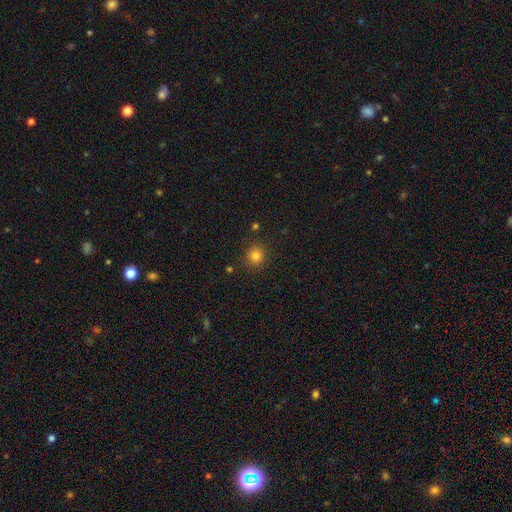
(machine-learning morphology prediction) Smooth or featured: smooth — 81% (star or artifact — 14%)
How rounded: round — 92% (in between — 7%)
Merging: none — 88% (minor disturbance — 7%)